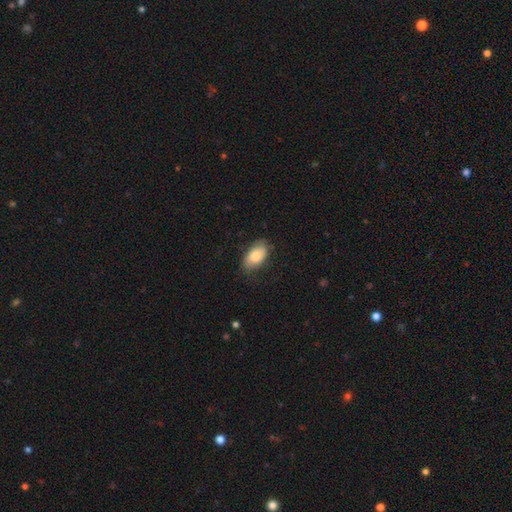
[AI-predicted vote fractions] Morphology: type=smooth (76%); roundness=in between (93%); merging=none (73%).